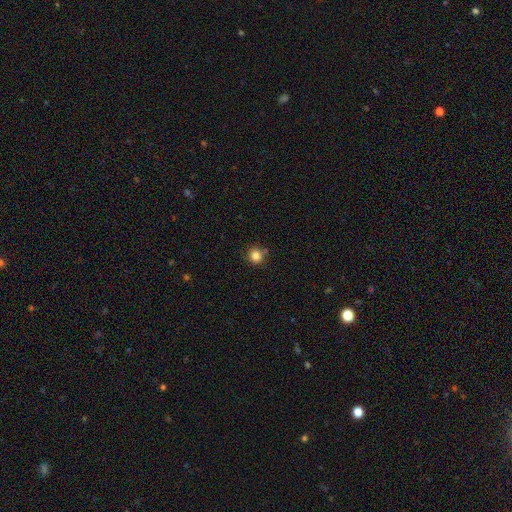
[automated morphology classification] smooth-or-featured: smooth: 84% | star or artifact: 12% | featured or disk: 5%
  how-rounded: round: 92% | in between: 7% | cigar-shaped: 1%
  merging: none: 82% | minor disturbance: 10% | merger: 6% | major disturbance: 2%